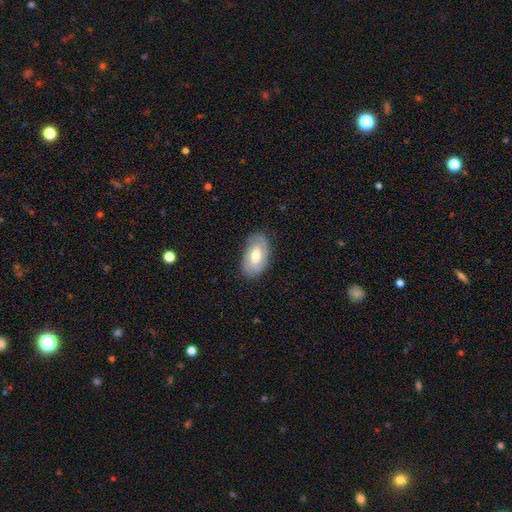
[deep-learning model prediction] A featured or disk galaxy (52%).

Vote fractions:
- Smooth or featured? featured or disk: 52% / smooth: 41% / star or artifact: 6%
- Edge-on disk? no: 92% / yes: 8%
- Merging? none: 81% / minor disturbance: 14% / major disturbance: 4% / merger: 1%